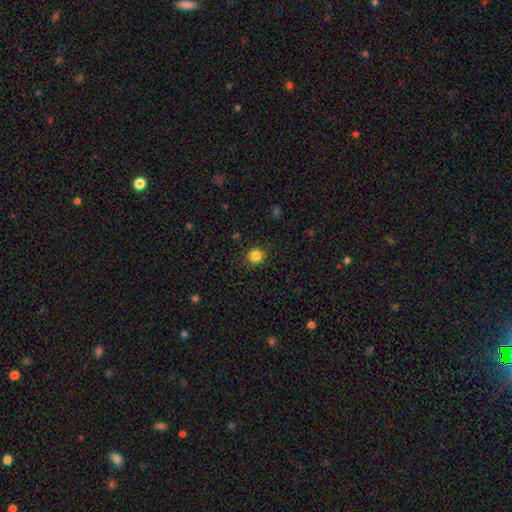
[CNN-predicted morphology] This is clearly a smooth galaxy (85%). How rounded: clearly round (91%). Merging: clearly none (90%).